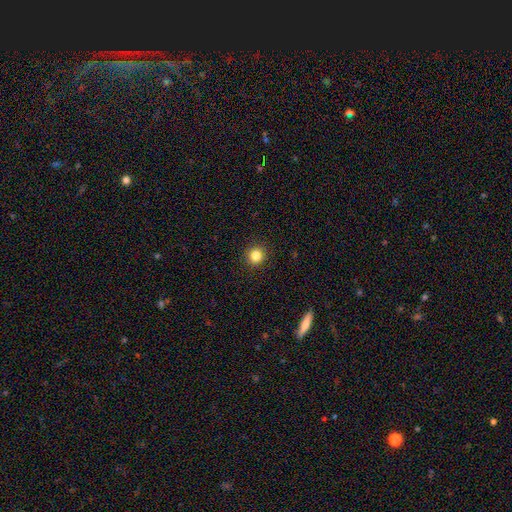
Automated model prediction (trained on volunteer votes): A smooth galaxy with no disk features (84%) that is round (92%). Merging: none (92%).